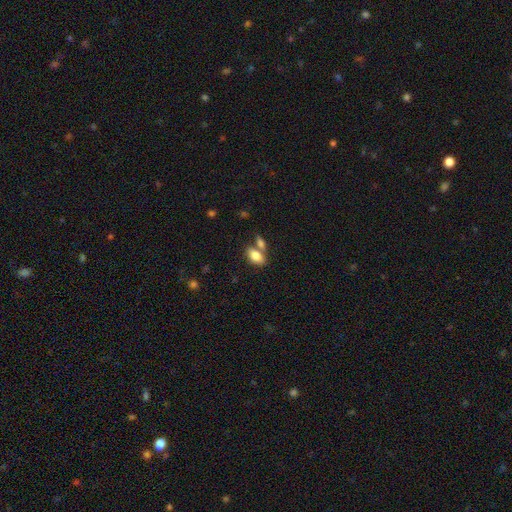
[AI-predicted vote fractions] Smooth or featured?
  - smooth: 82% *
  - featured or disk: 11%
  - star or artifact: 7%
How rounded?
  - in between: 90% *
  - round: 7%
  - cigar-shaped: 3%
Merging?
  - none: 50% *
  - merger: 36%
  - minor disturbance: 11%
  - major disturbance: 4%